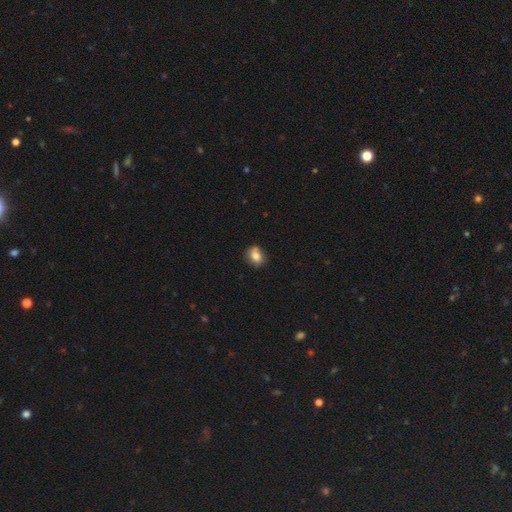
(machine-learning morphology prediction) Smooth or featured? smooth (79%)
How rounded? round (58%)
Merging? none (71%)